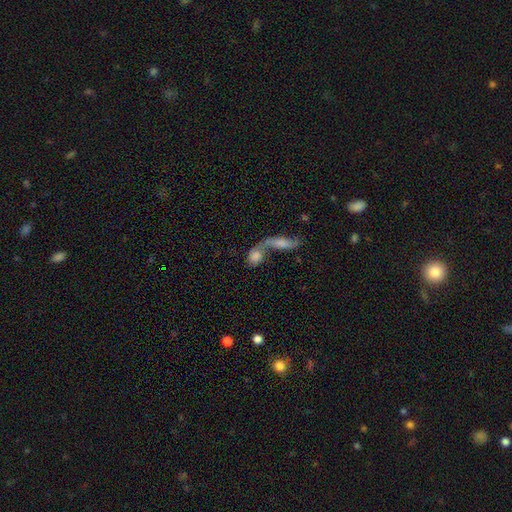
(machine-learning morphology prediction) The model was most divided on "how rounded": in between: 59%, round: 30%, cigar-shaped: 10%. More confident: merging — merger (69%); smooth or featured — smooth (65%).